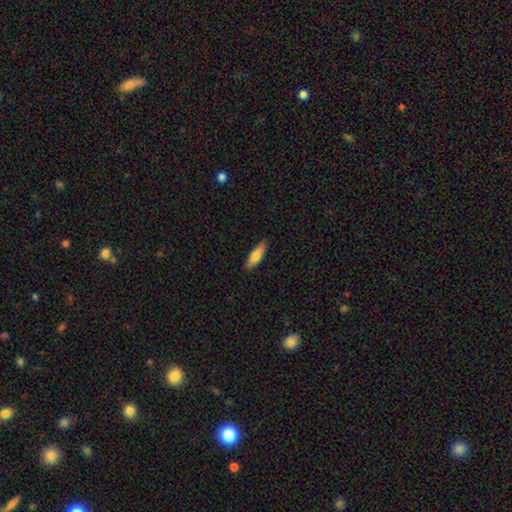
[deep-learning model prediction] smooth_or_featured: smooth (p=0.75) [alt: featured or disk p=0.19]
how_rounded: cigar-shaped (p=0.54) [alt: in between p=0.44]
merging: none (p=0.87) [alt: minor disturbance p=0.10]